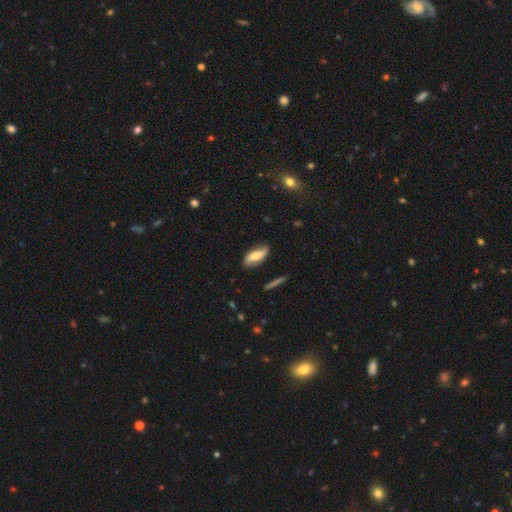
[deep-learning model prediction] Overall: smooth (56%; featured or disk 37%). How rounded: in between (68%; cigar-shaped 29%). Merging: none (74%).